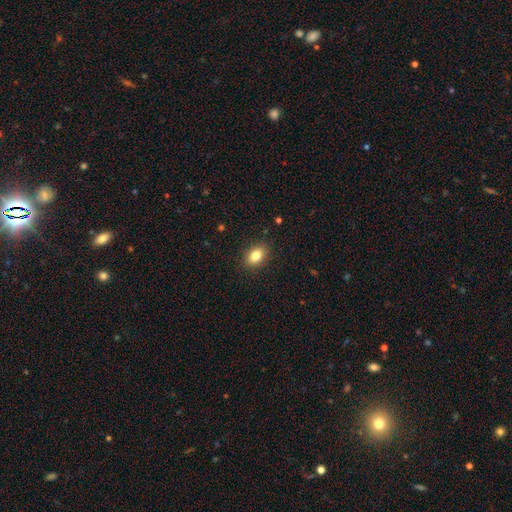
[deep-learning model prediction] Overall: smooth (82%). How rounded: in between (81%). Merging: none (88%).